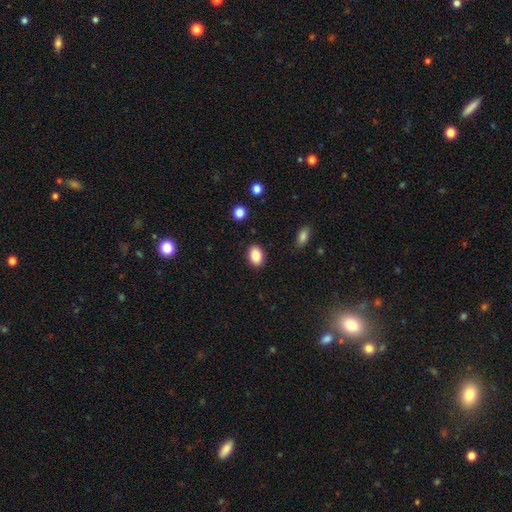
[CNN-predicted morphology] This appears to be a smooth galaxy with no disk features (86%) that is in between round and cigar-shaped (83%). Merging: none (88%).